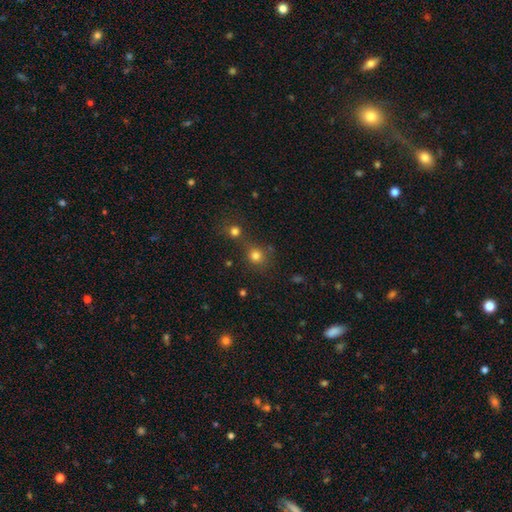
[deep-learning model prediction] The model was most divided on "merging": none: 60%, merger: 26%, minor disturbance: 9%, major disturbance: 5%. More confident: how rounded — round (87%); smooth or featured — smooth (78%).